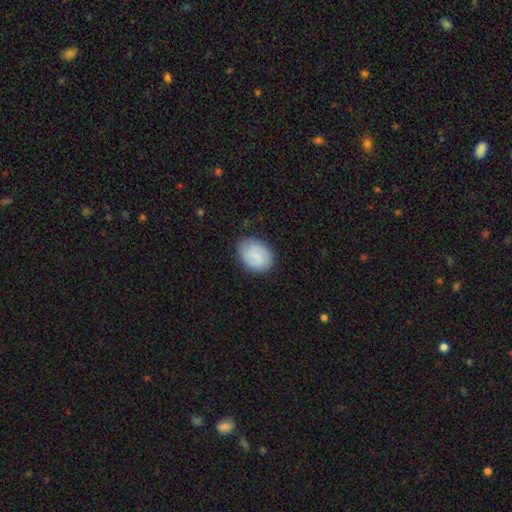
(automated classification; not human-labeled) The model was most divided on "smooth or featured": smooth: 62%, featured or disk: 31%, star or artifact: 7%. More confident: merging — none (82%); how rounded — in between (70%).